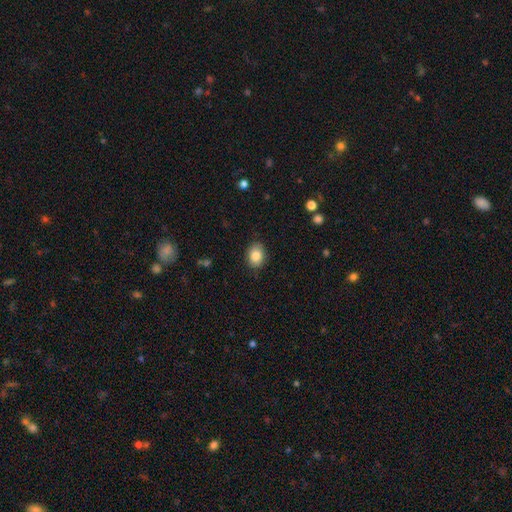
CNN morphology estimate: Smooth or featured?
  - smooth: 85% *
  - star or artifact: 8%
  - featured or disk: 7%
How rounded?
  - in between: 71% *
  - round: 28%
  - cigar-shaped: 1%
Merging?
  - none: 86% *
  - minor disturbance: 11%
  - major disturbance: 2%
  - merger: 1%